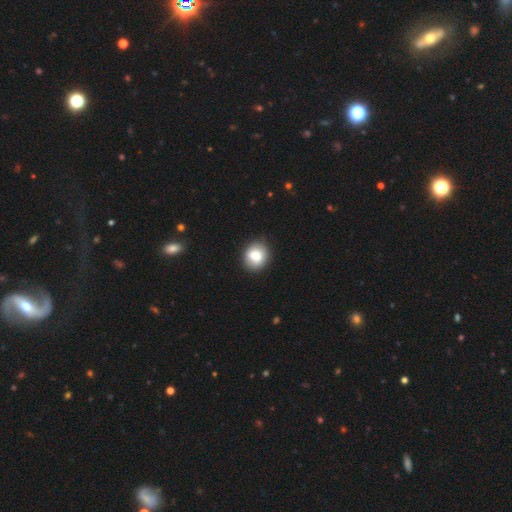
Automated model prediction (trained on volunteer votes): smooth_or_featured: smooth (p=0.80) [alt: featured or disk p=0.12]
how_rounded: round (p=0.77) [alt: in between p=0.22]
merging: none (p=0.89) [alt: minor disturbance p=0.08]